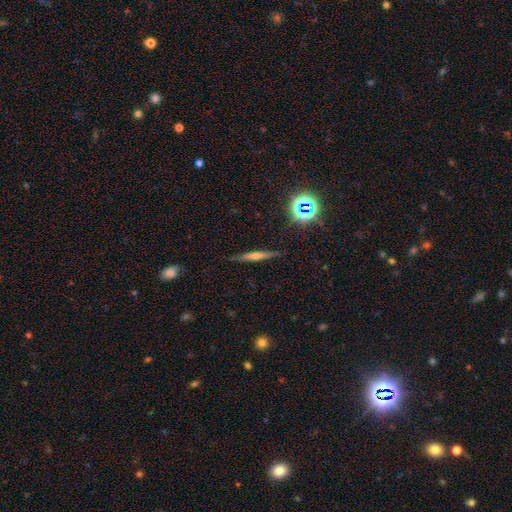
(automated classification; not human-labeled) Smooth or featured?
  - featured or disk: 53% *
  - smooth: 32%
  - star or artifact: 15%
Edge-on disk?
  - yes: 95% *
  - no: 5%
Edge-on bulge?
  - rounded: 71% *
  - none: 21%
  - boxy: 8%
Merging?
  - none: 86% *
  - minor disturbance: 10%
  - major disturbance: 2%
  - merger: 2%